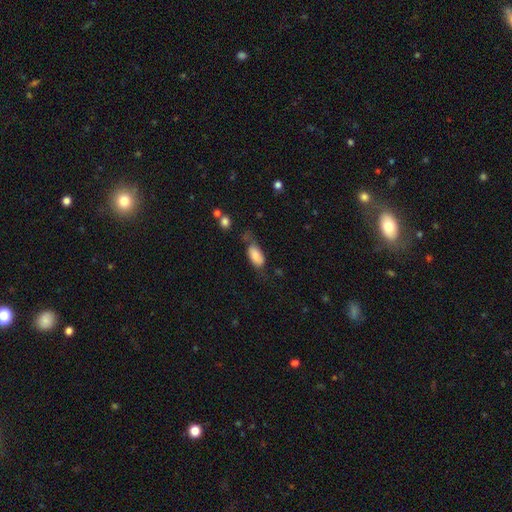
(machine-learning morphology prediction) Smooth or featured: smooth — 76% (featured or disk — 17%)
How rounded: in between — 90% (cigar-shaped — 7%)
Merging: none — 42% (minor disturbance — 32%)